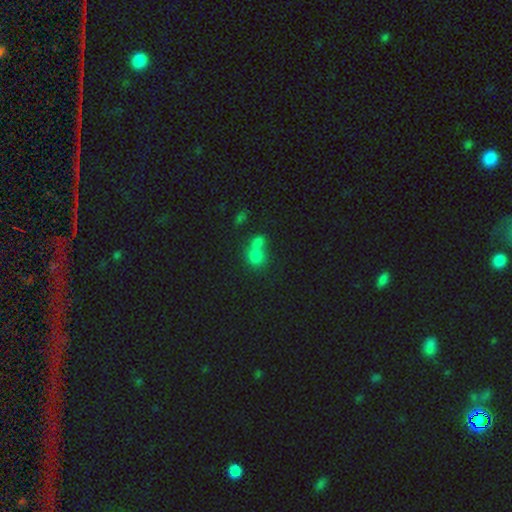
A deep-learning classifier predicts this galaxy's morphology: smooth 75%, star or artifact 15%, featured or disk 10%. Down the decision tree: how rounded — round (78%); merging — merger (58%).